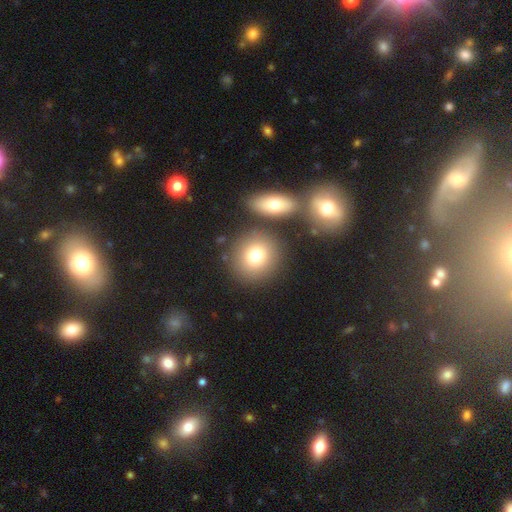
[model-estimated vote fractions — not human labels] This is likely a smooth galaxy (77%). How rounded: clearly round (84%). Merging: likely none (75%).